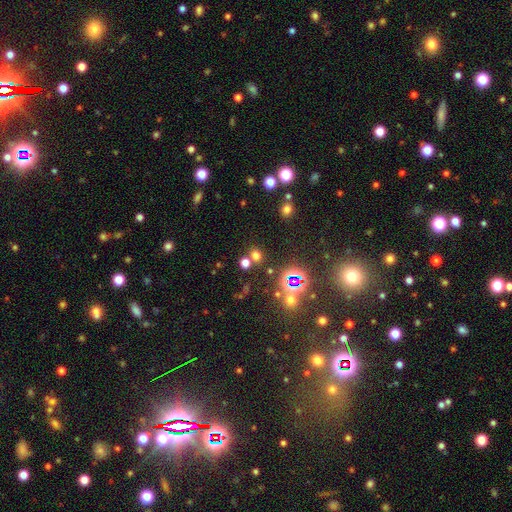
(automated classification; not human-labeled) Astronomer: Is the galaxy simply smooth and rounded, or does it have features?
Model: smooth — 60%.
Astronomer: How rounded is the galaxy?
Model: round — 74%.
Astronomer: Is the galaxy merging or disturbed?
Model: none — 74%.